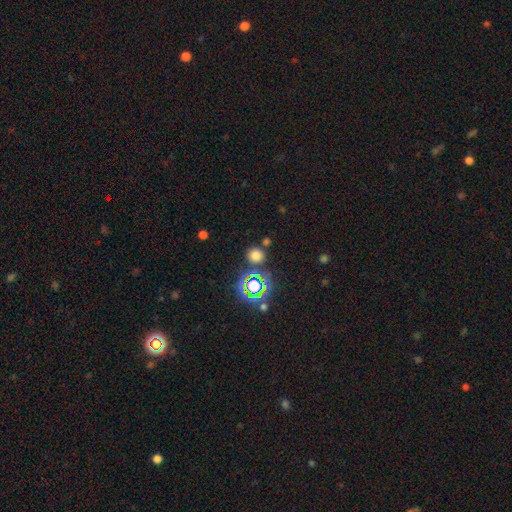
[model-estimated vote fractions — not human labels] A smooth galaxy with no disk features (69%) that is round (87%). Merging: none (80%).